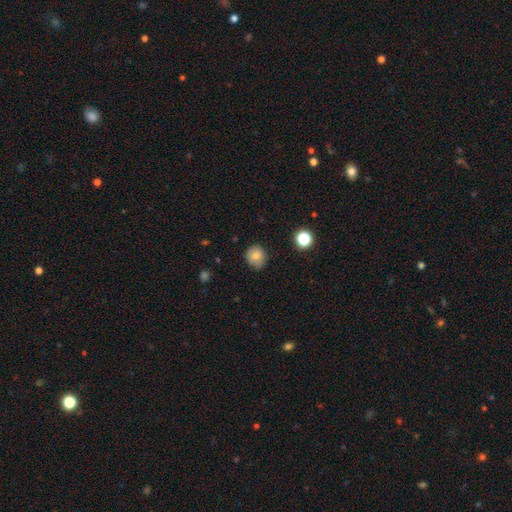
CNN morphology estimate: smooth-or-featured: smooth: 80% | star or artifact: 10% | featured or disk: 10%
  how-rounded: round: 81% | in between: 18% | cigar-shaped: 1%
  merging: none: 71% | minor disturbance: 23% | major disturbance: 4% | merger: 2%